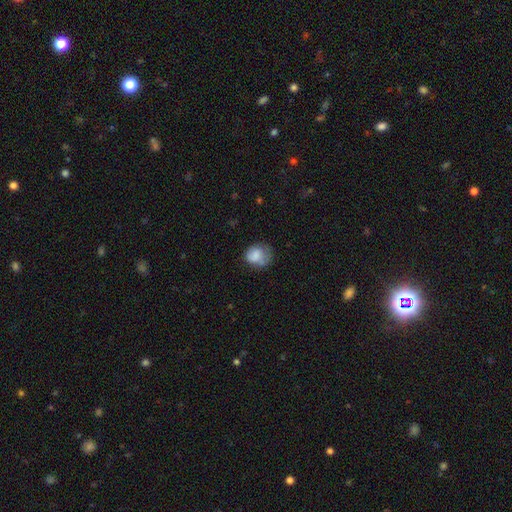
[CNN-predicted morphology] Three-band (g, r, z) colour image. It shows a smooth galaxy with no disk features (75%) that is round (56%). Merging: none (45%).